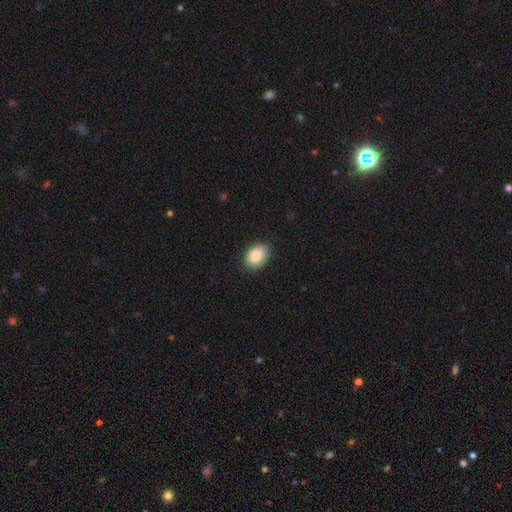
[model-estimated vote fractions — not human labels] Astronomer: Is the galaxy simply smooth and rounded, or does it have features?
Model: smooth — 84%.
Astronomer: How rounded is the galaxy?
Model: in between — 81%.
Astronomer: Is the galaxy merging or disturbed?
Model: none — 84%.